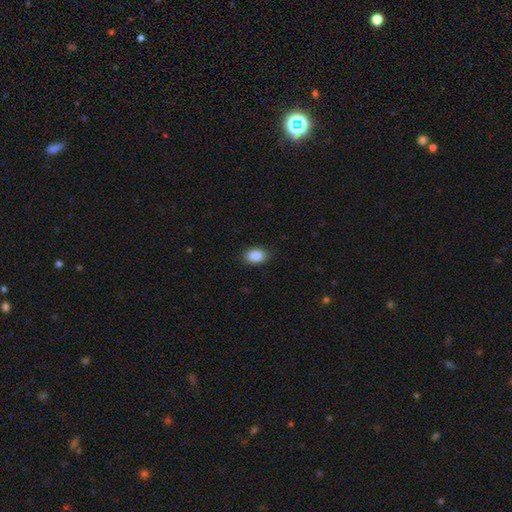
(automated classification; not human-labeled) A smooth galaxy with no disk features (88%) that is in between round and cigar-shaped (80%). Merging: none (87%).